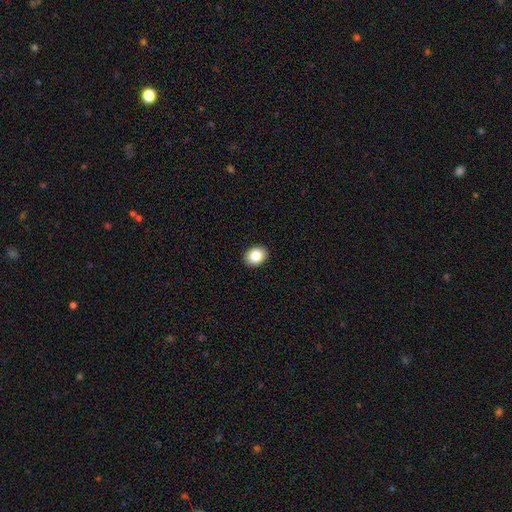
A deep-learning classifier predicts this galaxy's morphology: This appears to be a smooth galaxy with no disk features (87%) that is in between round and cigar-shaped (60%). Merging: none (91%).